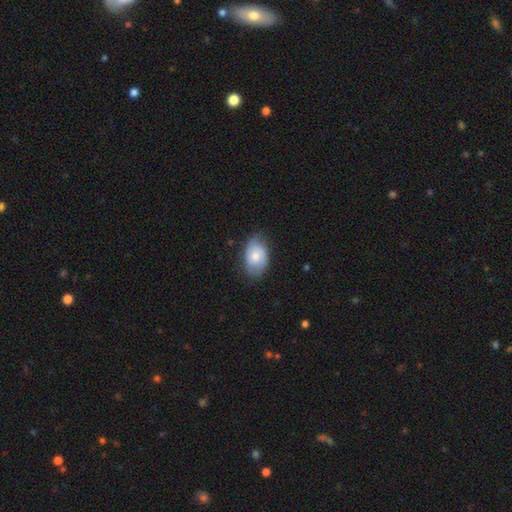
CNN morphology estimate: smooth-or-featured: smooth: 60% | featured or disk: 33% | star or artifact: 7%
  how-rounded: in between: 83% | round: 16% | cigar-shaped: 1%
  merging: none: 68% | minor disturbance: 25% | major disturbance: 6% | merger: 1%